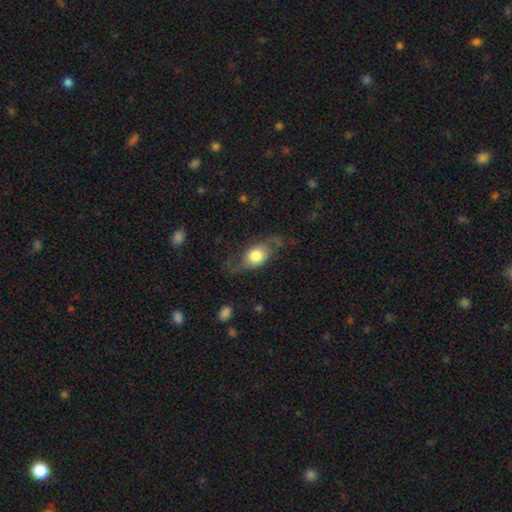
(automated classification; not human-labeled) Q: Smooth or featured?
A: smooth (55%); runner-up: featured or disk (37%)
Q: How rounded?
A: in between (65%); runner-up: round (31%)
Q: Merging?
A: none (57%); runner-up: minor disturbance (23%)